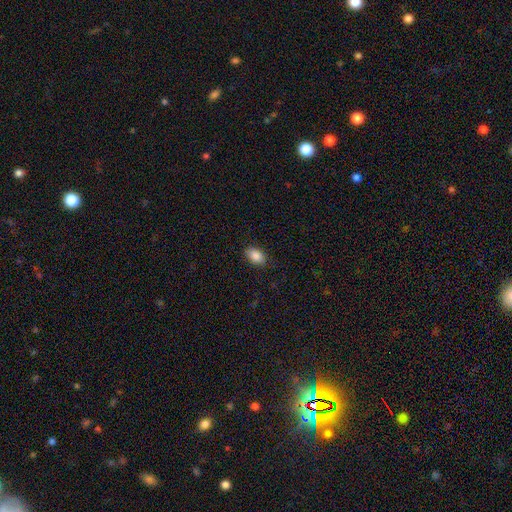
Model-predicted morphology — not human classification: smooth-or-featured: smooth: 87% | star or artifact: 8% | featured or disk: 5%
  how-rounded: in between: 90% | round: 9% | cigar-shaped: 2%
  merging: none: 86% | minor disturbance: 11% | major disturbance: 2% | merger: 1%